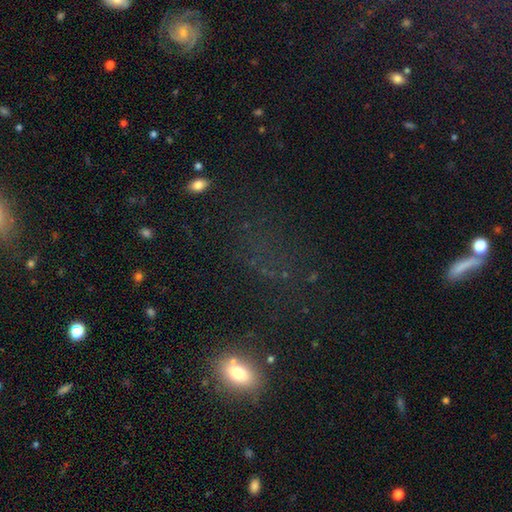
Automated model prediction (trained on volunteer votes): Smooth or featured? Predicted: smooth (p=0.43). Merging? Predicted: none (p=0.56).